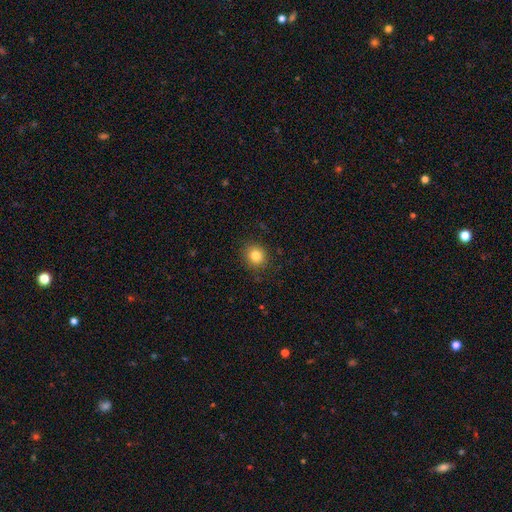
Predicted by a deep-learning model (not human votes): Smooth or featured? smooth (82%)
How rounded? round (86%)
Merging? none (88%)